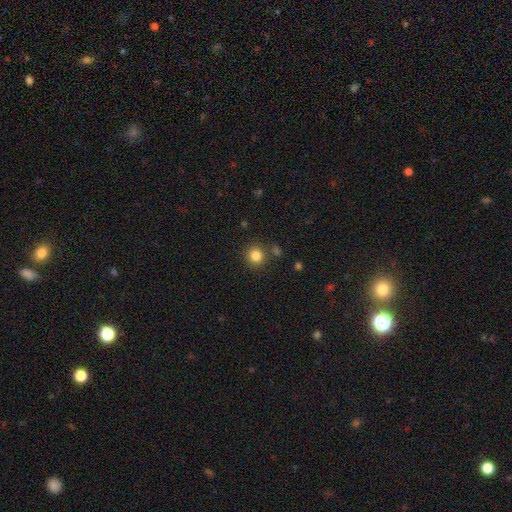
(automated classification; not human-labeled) The model was most divided on "smooth or featured": smooth: 83%, star or artifact: 12%, featured or disk: 5%. More confident: how rounded — round (90%); merging — none (84%).